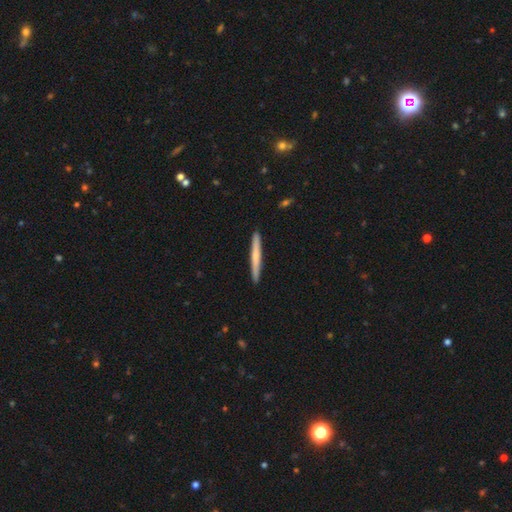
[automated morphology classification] Overall: smooth (58%; featured or disk 37%). How rounded: cigar-shaped (97%). Merging: none (92%).